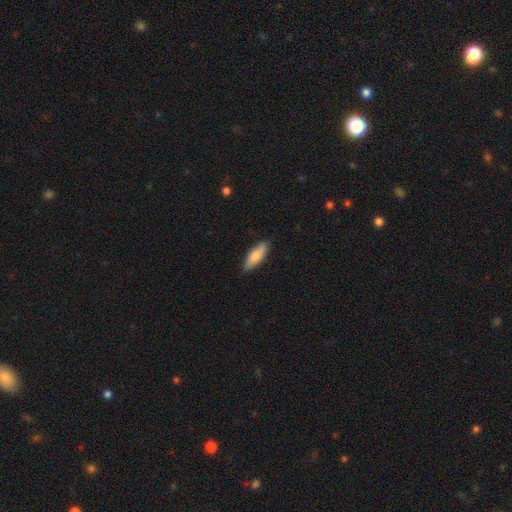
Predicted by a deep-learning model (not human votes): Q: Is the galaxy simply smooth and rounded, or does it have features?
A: smooth — 83%.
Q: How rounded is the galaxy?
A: in between — 66%.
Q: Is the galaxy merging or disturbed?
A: none — 86%.